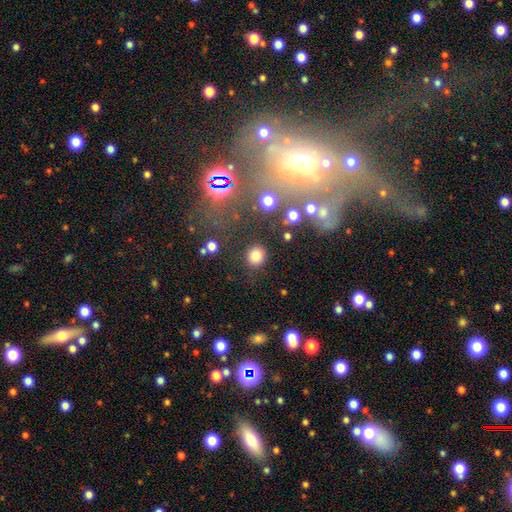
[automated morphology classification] Smooth or featured: smooth — 81% (star or artifact — 13%)
How rounded: round — 84% (in between — 15%)
Merging: none — 84% (minor disturbance — 8%)